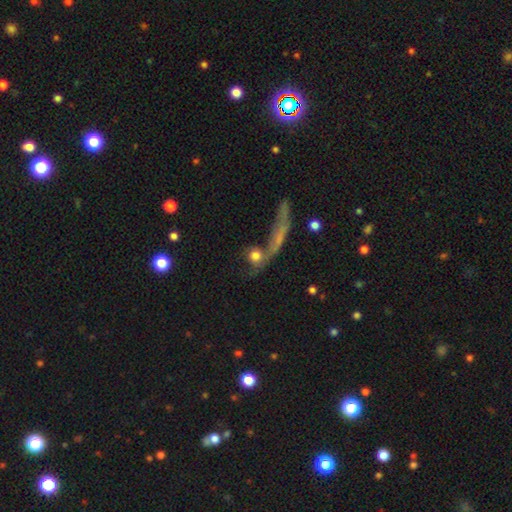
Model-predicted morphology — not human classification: smooth 69%, featured or disk 20%, star or artifact 11%. Down the decision tree: how rounded — round (79%); merging — none (41%).